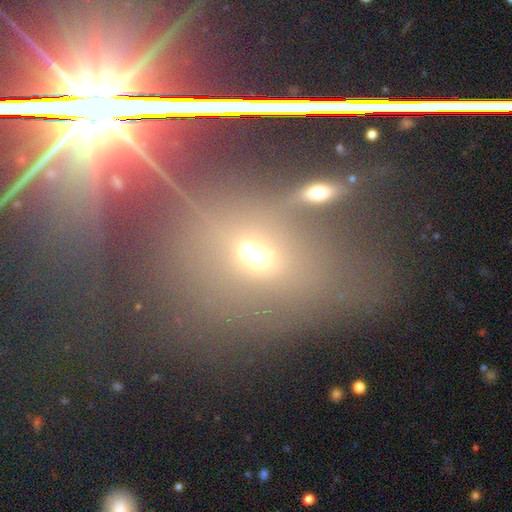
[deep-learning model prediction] smooth-or-featured: smooth: 46% | star or artifact: 38% | featured or disk: 16%
  merging: none: 51% | merger: 23% | minor disturbance: 13% | major disturbance: 13%